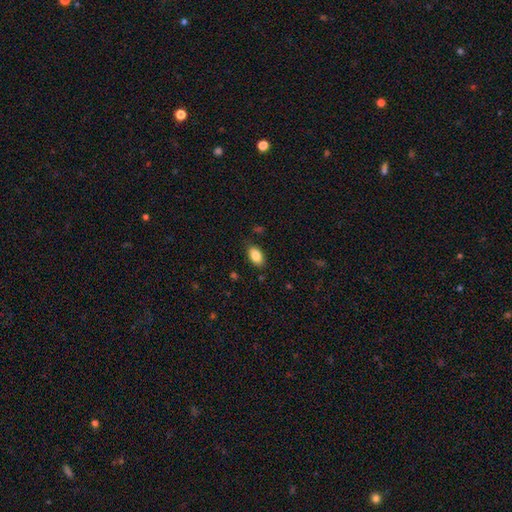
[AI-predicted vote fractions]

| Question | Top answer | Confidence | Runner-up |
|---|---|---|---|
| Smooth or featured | smooth | 84% | star or artifact (8%) |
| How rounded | in between | 91% | round (7%) |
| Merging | none | 85% | minor disturbance (11%) |